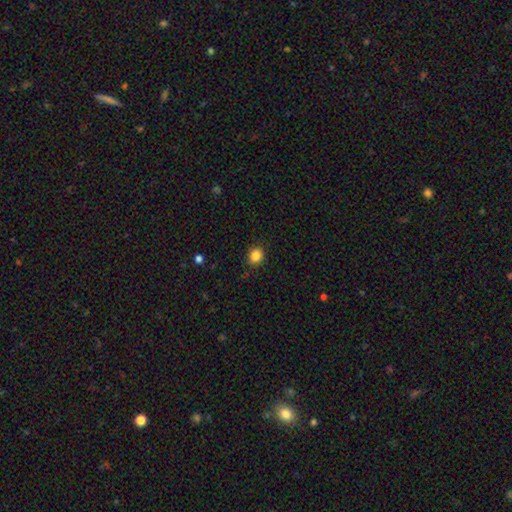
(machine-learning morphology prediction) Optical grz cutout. It shows a smooth galaxy with no disk features (85%) that is round (73%). Merging: none (88%).